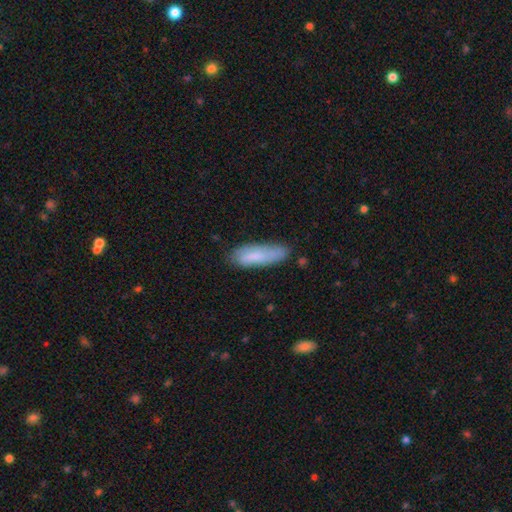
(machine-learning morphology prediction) A smooth galaxy with no disk features (76%) that is cigar-shaped (52%). Merging: none (69%).